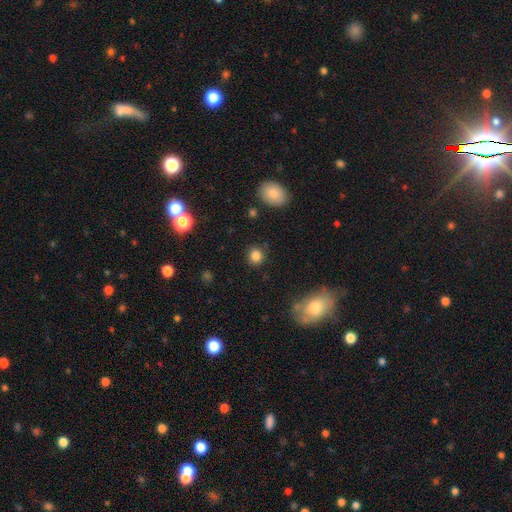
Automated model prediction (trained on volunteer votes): This is clearly a smooth galaxy (83%). How rounded: clearly round (86%). Merging: clearly none (88%).